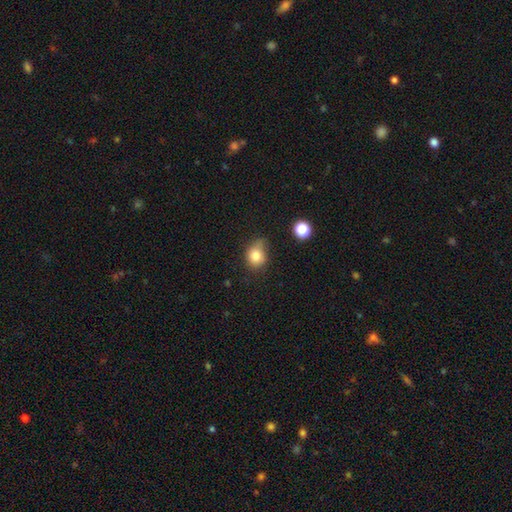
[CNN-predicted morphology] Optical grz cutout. It shows a smooth galaxy with no disk features (81%) that is round (66%). Merging: none (47%).